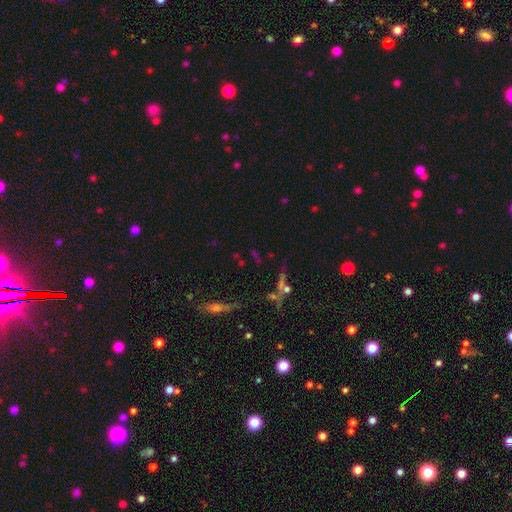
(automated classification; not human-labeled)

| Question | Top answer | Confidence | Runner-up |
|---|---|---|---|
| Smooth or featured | star or artifact | 46% | smooth (31%) |